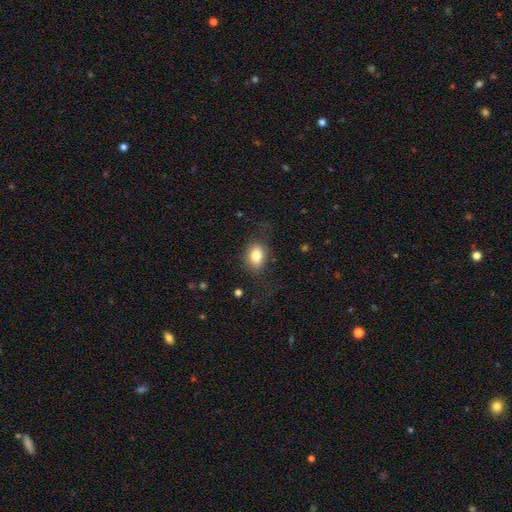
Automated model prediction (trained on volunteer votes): A smooth galaxy with no disk features (80%) that is in between round and cigar-shaped (75%). Merging: none (75%).